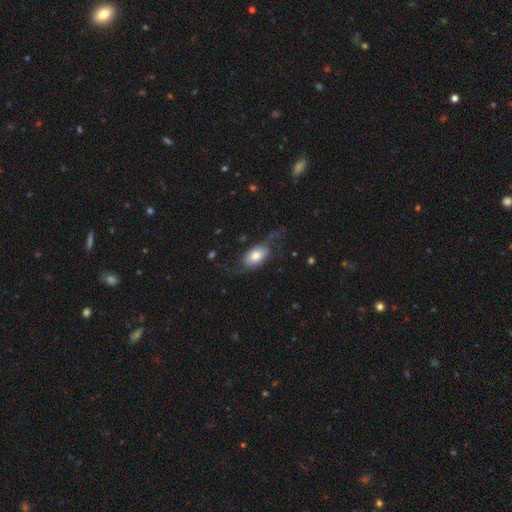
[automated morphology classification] A smooth galaxy with no disk features (47%).

Vote fractions:
- Smooth or featured? smooth: 47% / featured or disk: 45% / star or artifact: 7%
- Merging? none: 49% / major disturbance: 28% / minor disturbance: 20% / merger: 2%